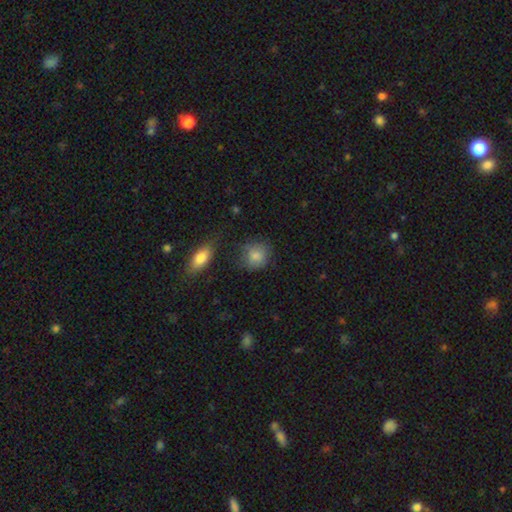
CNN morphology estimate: This appears to be a smooth galaxy with no disk features (84%) that is round (77%). Merging: none (66%).